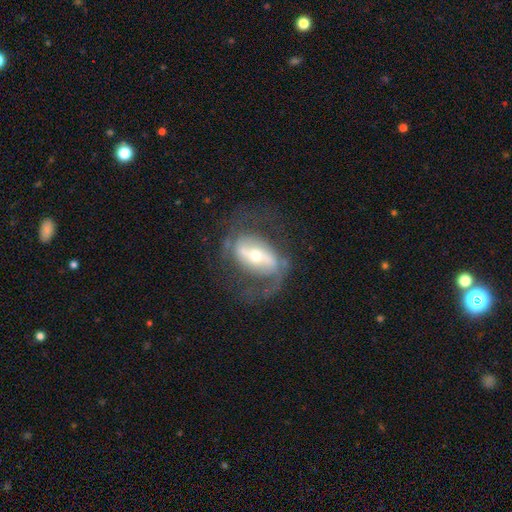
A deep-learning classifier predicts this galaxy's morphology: smooth-or-featured: featured or disk: 81% | smooth: 13% | star or artifact: 6%
  disk-edge-on: no: 94% | yes: 6%
    bar: strong: 50% | weak: 30% | no: 20%
    has-spiral-arms: yes: 85% | no: 15%
      spiral-winding: medium: 44% | loose: 39% | tight: 17%
      spiral-arm-count: 2: 81% | can't tell: 8% | 1: 7% | 3: 2% | 4: 1% | more than 4: 1%
    bulge-size: moderate: 51% | small: 41% | large: 5% | dominant: 1% | none: 1%
  merging: none: 61% | major disturbance: 20% | minor disturbance: 16% | merger: 2%